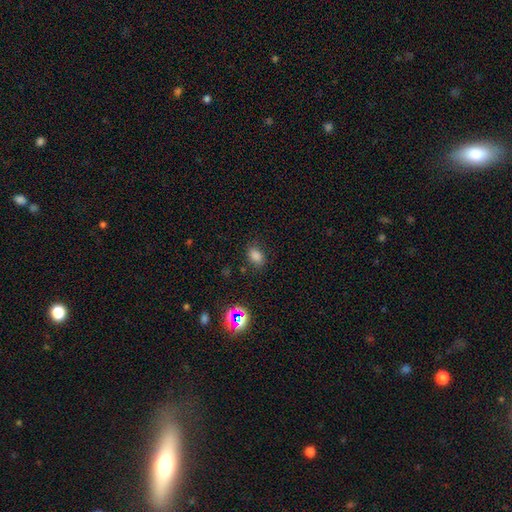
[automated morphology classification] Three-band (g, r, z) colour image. It shows a smooth galaxy with no disk features (79%) that is in between round and cigar-shaped (80%). Merging: none (80%).